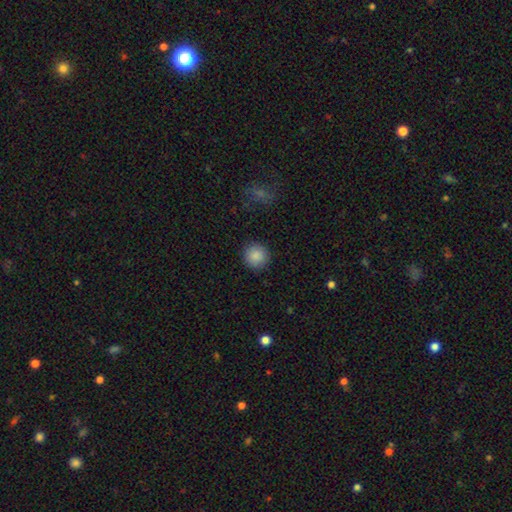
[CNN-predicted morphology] smooth-or-featured: smooth: 88% | star or artifact: 8% | featured or disk: 4%
  how-rounded: round: 94% | in between: 5% | cigar-shaped: 1%
  merging: none: 90% | minor disturbance: 6% | major disturbance: 2% | merger: 1%